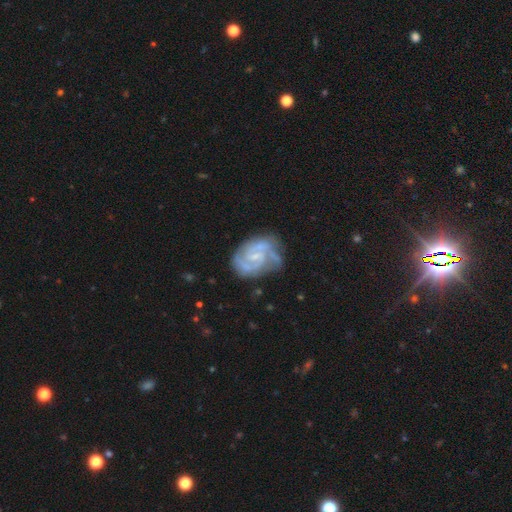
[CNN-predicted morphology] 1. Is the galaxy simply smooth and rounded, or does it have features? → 88% featured or disk, 7% smooth, 5% star or artifact.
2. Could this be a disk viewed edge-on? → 98% no, 2% yes.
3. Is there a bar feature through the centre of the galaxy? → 49% weak, 41% no, 10% strong.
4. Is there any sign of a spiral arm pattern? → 97% yes, 3% no.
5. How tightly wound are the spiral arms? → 46% tight, 45% medium, 9% loose.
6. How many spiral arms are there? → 57% 2, 21% 3, 12% can't tell, 4% 4, 4% 1, 3% more than 4.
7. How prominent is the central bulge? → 63% small, 20% moderate, 15% none, 1% large, 1% dominant.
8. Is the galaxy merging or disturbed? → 64% none, 23% minor disturbance, 10% major disturbance, 3% merger.